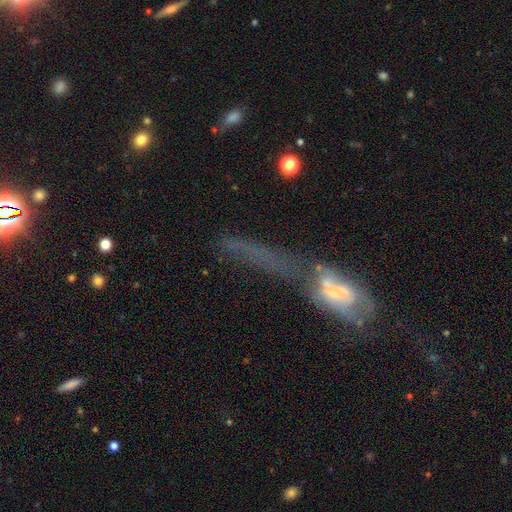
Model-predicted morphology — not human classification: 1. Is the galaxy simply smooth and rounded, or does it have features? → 44% featured or disk, 34% smooth, 22% star or artifact.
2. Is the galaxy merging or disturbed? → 41% merger, 23% major disturbance, 23% none, 13% minor disturbance.